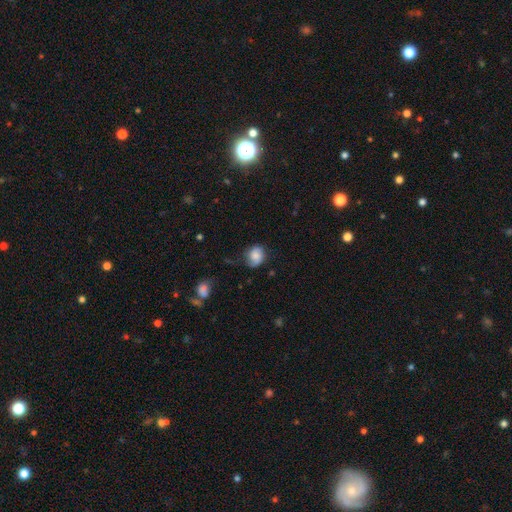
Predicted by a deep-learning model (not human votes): A smooth galaxy with no disk features (64%) that is round (62%).

Vote fractions:
- Smooth or featured? smooth: 64% / featured or disk: 27% / star or artifact: 9%
- How rounded? round: 62% / in between: 37% / cigar-shaped: 1%
- Merging? none: 57% / minor disturbance: 30% / major disturbance: 12% / merger: 2%